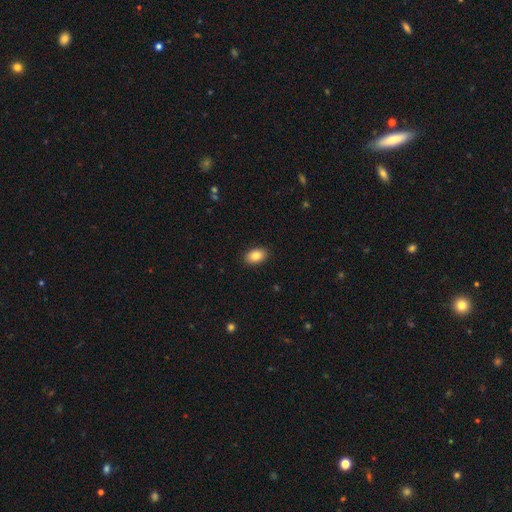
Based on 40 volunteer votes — This appears to be a smooth galaxy with no disk features (85%) that is in between round and cigar-shaped (85%). Merging: none (89%).